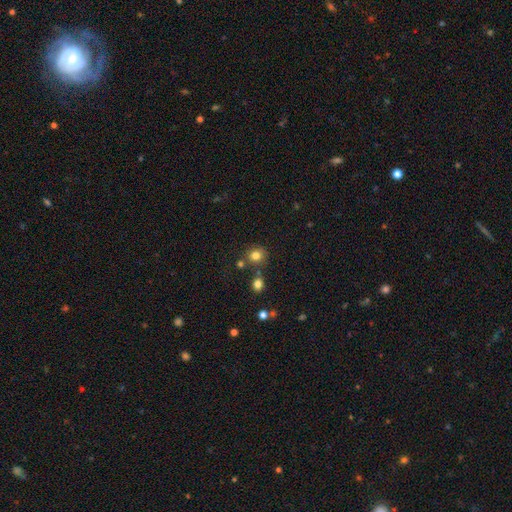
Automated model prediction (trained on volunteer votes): This appears to be a smooth galaxy with no disk features (80%) that is round (82%). Merging: none (74%).